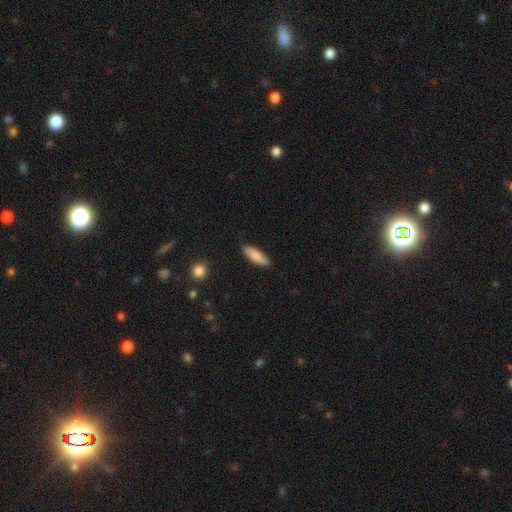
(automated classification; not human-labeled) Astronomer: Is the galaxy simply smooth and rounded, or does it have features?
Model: smooth — 85%.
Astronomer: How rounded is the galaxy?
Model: in between — 57% (runner-up: cigar-shaped, 42%).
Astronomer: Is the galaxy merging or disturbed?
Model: none — 89%.